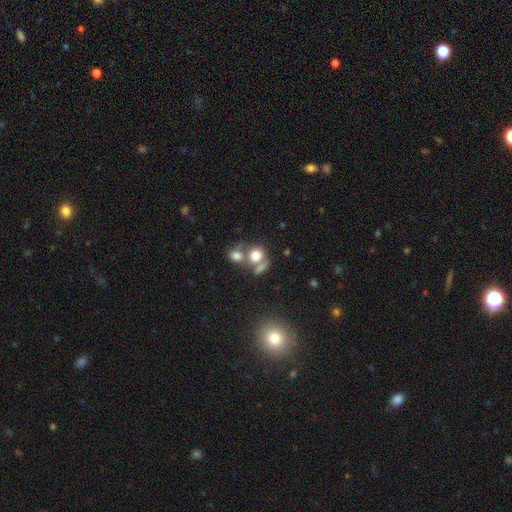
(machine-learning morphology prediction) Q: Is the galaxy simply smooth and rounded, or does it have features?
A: smooth — 72%.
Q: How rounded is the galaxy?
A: round — 72%.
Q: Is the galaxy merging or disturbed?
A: merger — 47%.